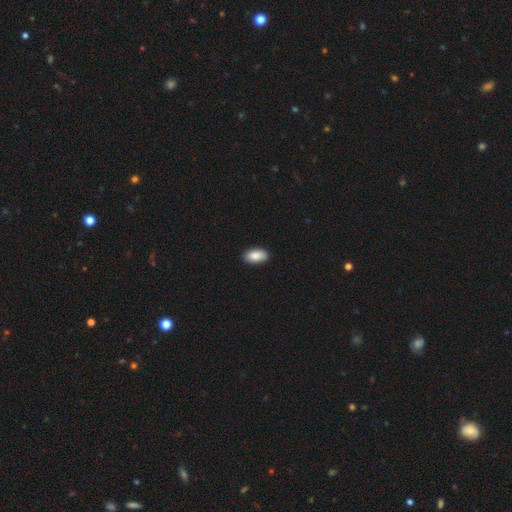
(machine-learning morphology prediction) Q: Smooth or featured?
A: smooth (89%); runner-up: star or artifact (6%)
Q: How rounded?
A: in between (94%); runner-up: round (3%)
Q: Merging?
A: none (90%); runner-up: minor disturbance (8%)